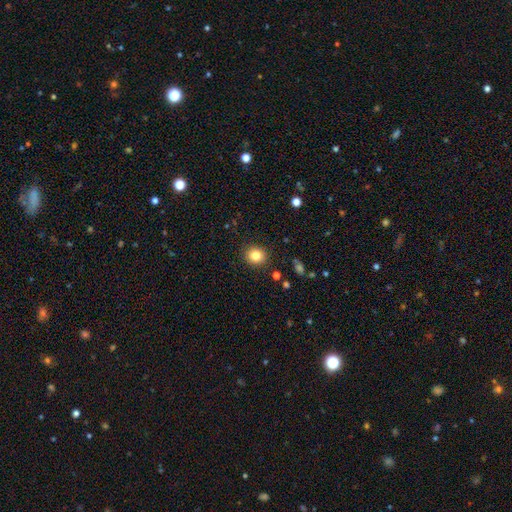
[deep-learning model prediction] smooth 83%, star or artifact 11%, featured or disk 6%. Down the decision tree: how rounded — round (86%); merging — none (91%).